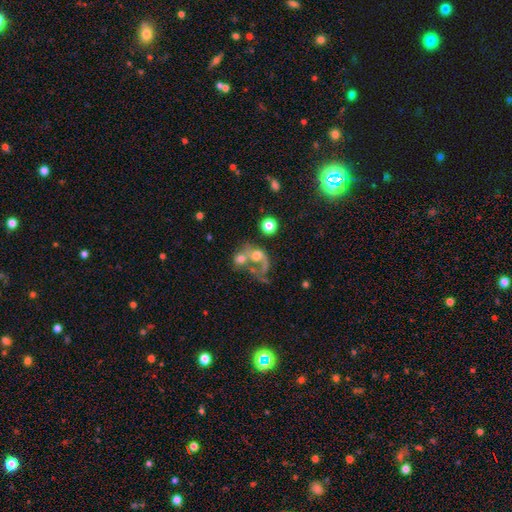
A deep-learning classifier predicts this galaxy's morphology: featured or disk 53%, smooth 33%, star or artifact 14%. Down the decision tree: edge-on disk — no (97%); bar — no (77%); spiral arms — yes (57%); bulge size — moderate (45%); merging — merger (58%).